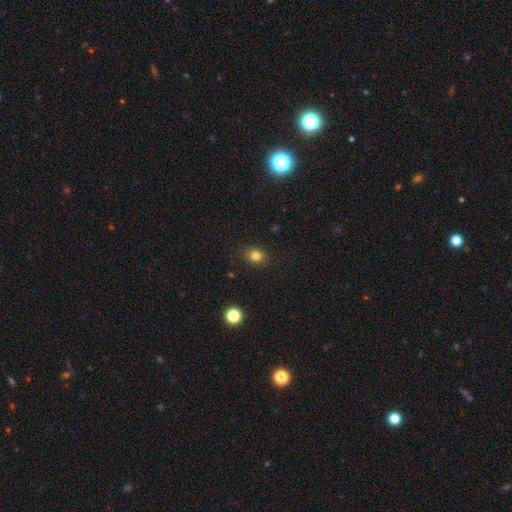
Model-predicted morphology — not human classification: Smooth or featured? smooth (80%)
How rounded? round (61%)
Merging? none (87%)